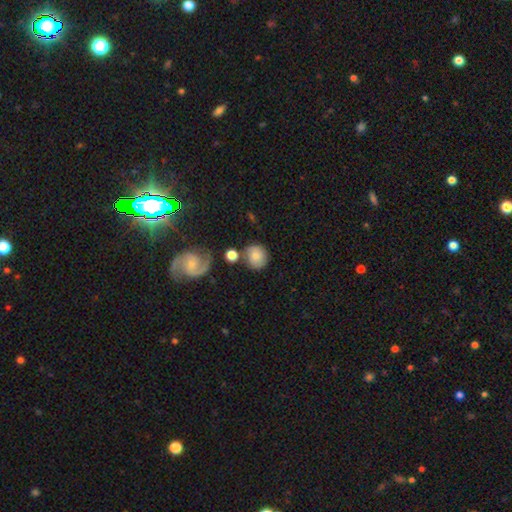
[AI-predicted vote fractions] Overall: smooth (68%). How rounded: round (83%). Merging: none (66%).